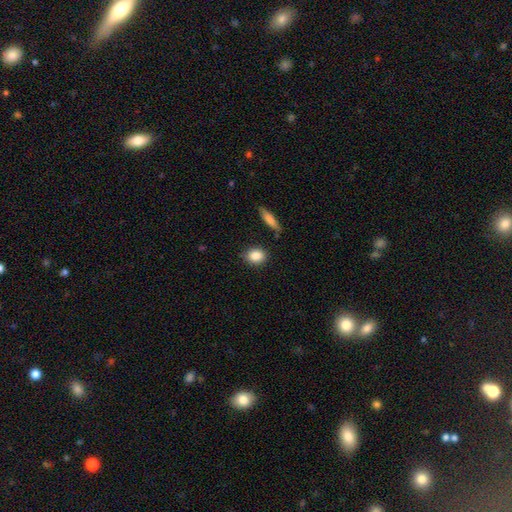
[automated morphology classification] Smooth or featured?
  - smooth: 86% *
  - star or artifact: 8%
  - featured or disk: 6%
How rounded?
  - round: 49% *
  - in between: 48%
  - cigar-shaped: 3%
Merging?
  - none: 84% *
  - minor disturbance: 10%
  - merger: 3%
  - major disturbance: 2%